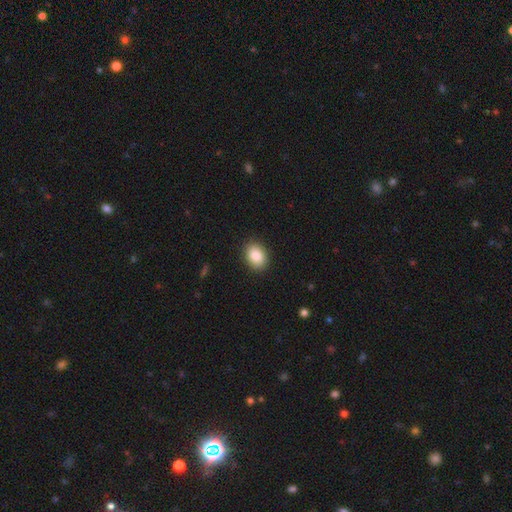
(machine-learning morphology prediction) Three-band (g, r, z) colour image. It shows a smooth galaxy with no disk features (88%) that is in between round and cigar-shaped (69%). Merging: none (89%).